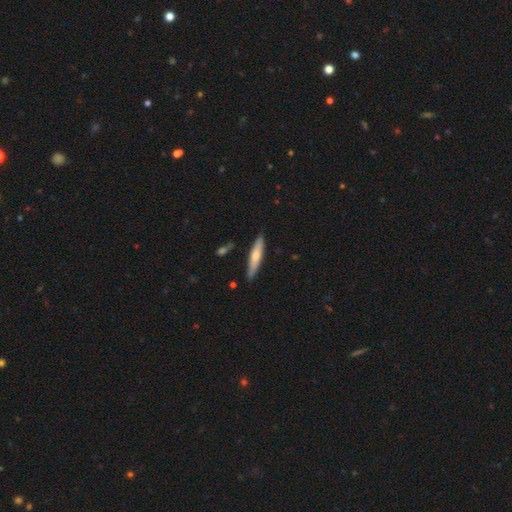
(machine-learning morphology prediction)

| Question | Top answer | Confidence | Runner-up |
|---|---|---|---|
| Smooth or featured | smooth | 65% | featured or disk (30%) |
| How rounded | cigar-shaped | 87% | in between (12%) |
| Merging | none | 84% | minor disturbance (11%) |